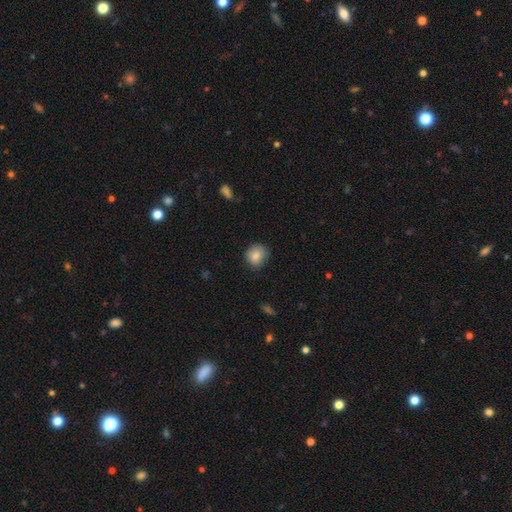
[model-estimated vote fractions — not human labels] A smooth galaxy with no disk features (85%) that is round (81%).

Vote fractions:
- Smooth or featured? smooth: 85% / star or artifact: 8% / featured or disk: 7%
- How rounded? round: 81% / in between: 18% / cigar-shaped: 1%
- Merging? none: 78% / minor disturbance: 18% / major disturbance: 3% / merger: 1%